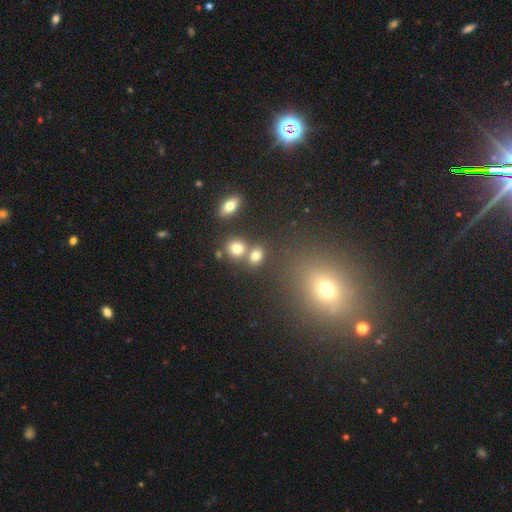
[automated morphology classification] smooth 76%, star or artifact 14%, featured or disk 10%. Down the decision tree: how rounded — round (50%); merging — none (54%).